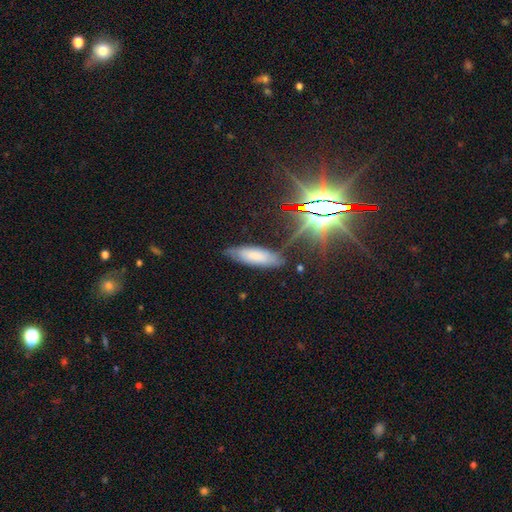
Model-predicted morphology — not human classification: smooth-or-featured: smooth: 61% | featured or disk: 22% | star or artifact: 17%
  how-rounded: in between: 57% | cigar-shaped: 41% | round: 2%
  merging: none: 75% | minor disturbance: 18% | major disturbance: 5% | merger: 2%